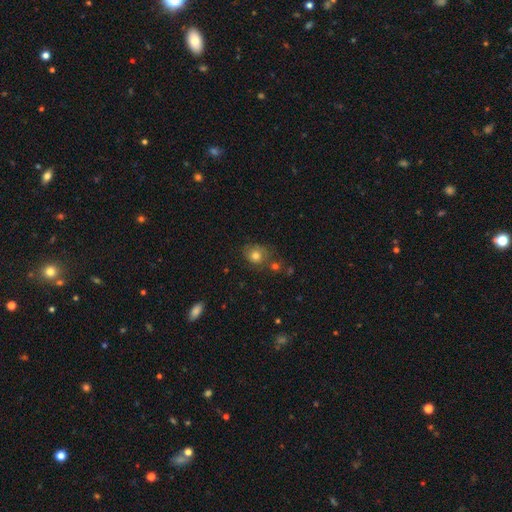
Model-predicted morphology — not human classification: Smooth or featured? smooth (75%)
How rounded? round (69%)
Merging? none (59%)